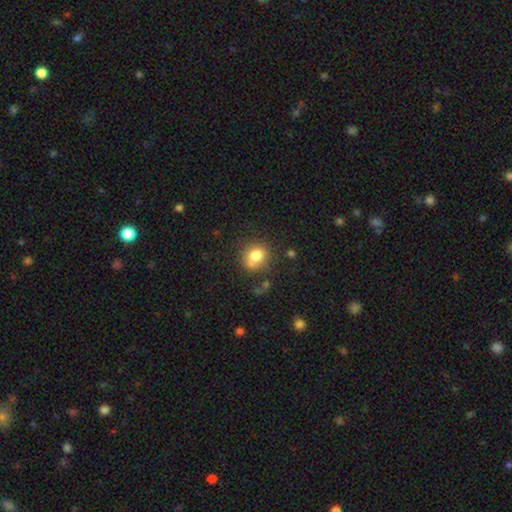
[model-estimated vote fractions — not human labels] smooth 79%, star or artifact 11%, featured or disk 10%. Down the decision tree: how rounded — round (63%); merging — none (64%).